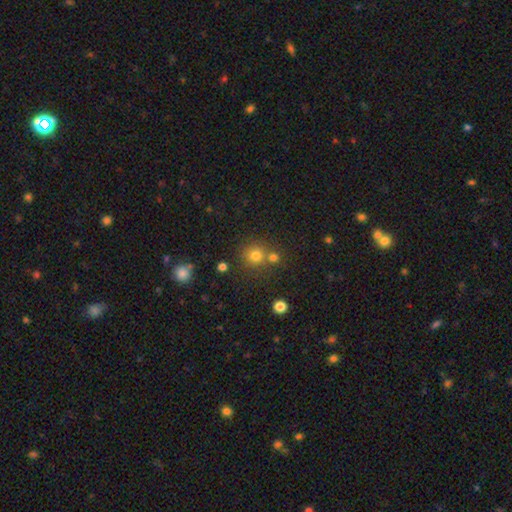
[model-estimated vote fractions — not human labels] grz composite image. It shows a smooth galaxy with no disk features (76%) that is round (90%). Merging: none (66%).